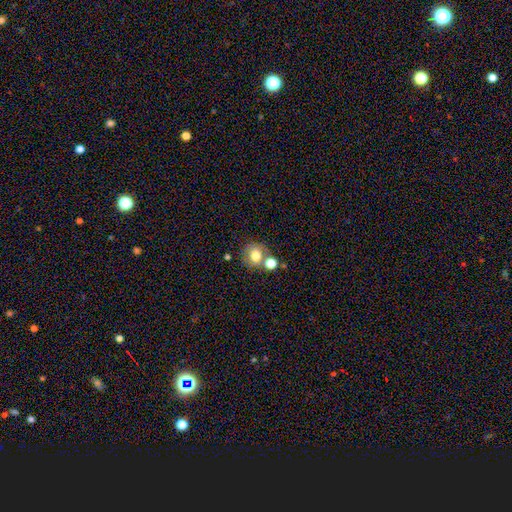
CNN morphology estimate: The model was most divided on "merging": none: 57%, merger: 26%, minor disturbance: 12%, major disturbance: 5%. More confident: how rounded — round (79%); smooth or featured — smooth (74%).